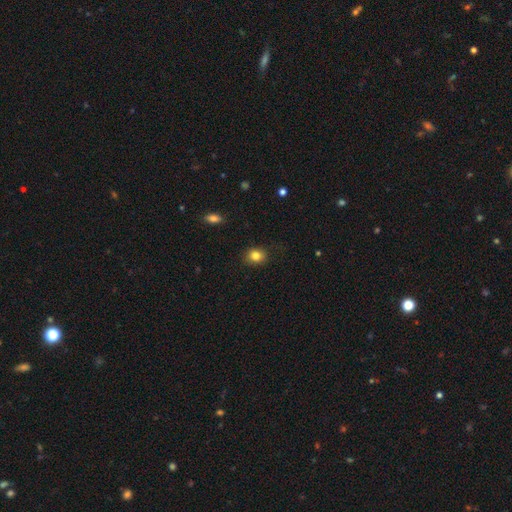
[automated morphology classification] Q: Smooth or featured?
A: smooth (82%); runner-up: star or artifact (11%)
Q: How rounded?
A: round (63%); runner-up: in between (36%)
Q: Merging?
A: none (85%); runner-up: minor disturbance (12%)